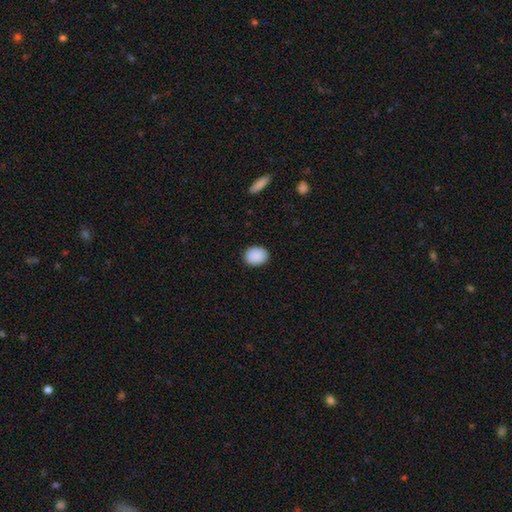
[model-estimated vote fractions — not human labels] Smooth or featured?
  - smooth: 90% *
  - star or artifact: 7%
  - featured or disk: 2%
How rounded?
  - in between: 56% *
  - round: 43%
  - cigar-shaped: 1%
Merging?
  - none: 89% *
  - minor disturbance: 8%
  - major disturbance: 2%
  - merger: 1%